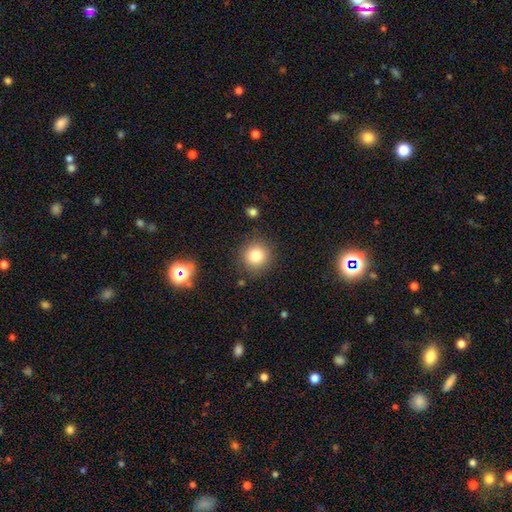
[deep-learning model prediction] Smooth or featured? Predicted: smooth (p=0.80). How rounded? Predicted: round (p=0.93). Merging? Predicted: none (p=0.87).